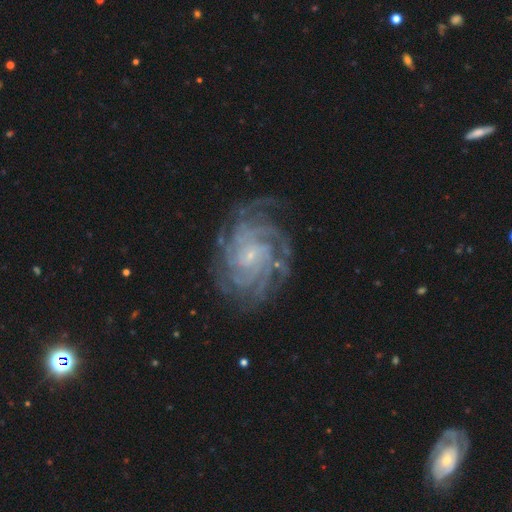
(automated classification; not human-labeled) smooth_or_featured: featured or disk (p=0.89) [alt: star or artifact p=0.06]
disk_edge_on: no (p=0.98) [alt: yes p=0.02]
bar: no (p=0.64) [alt: weak p=0.28]
has_spiral_arms: yes (p=0.98) [alt: no p=0.02]
spiral_winding: tight (p=0.76) [alt: medium p=0.20]
spiral_arm_count: more than 4 (p=0.28) [alt: 4 p=0.23]
bulge_size: small (p=0.84) [alt: moderate p=0.10]
merging: none (p=0.79) [alt: minor disturbance p=0.14]